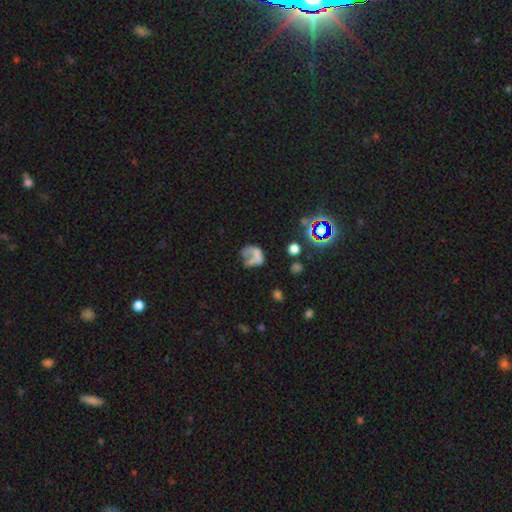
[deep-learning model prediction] smooth 43%, featured or disk 39%, star or artifact 18%. Down the decision tree: merging — major disturbance (37%).